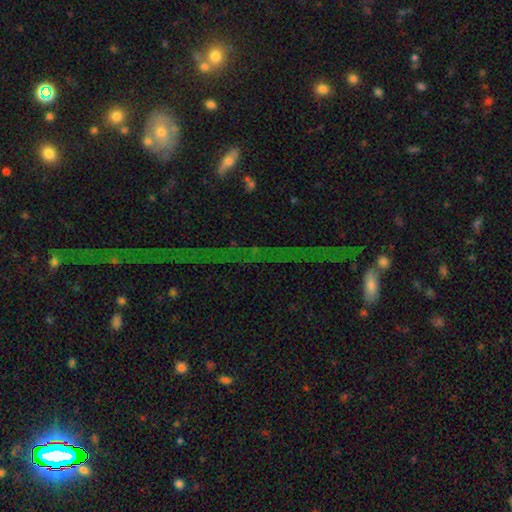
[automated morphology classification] A star or artifact, not a galaxy (70%).

Vote fractions:
- Smooth or featured? star or artifact: 70% / featured or disk: 16% / smooth: 14%